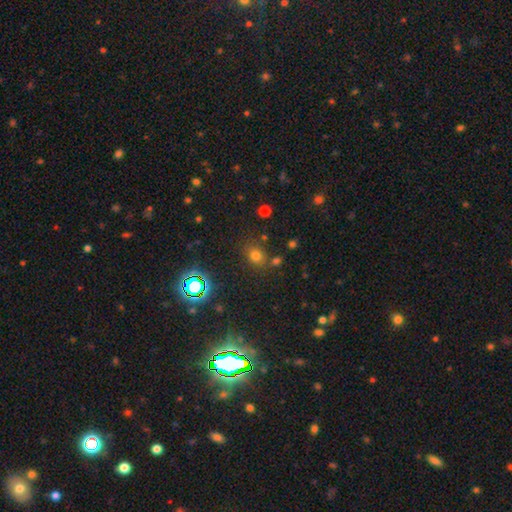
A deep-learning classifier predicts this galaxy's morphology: Overall: smooth (67%). How rounded: round (59%; in between 39%). Merging: none (73%).